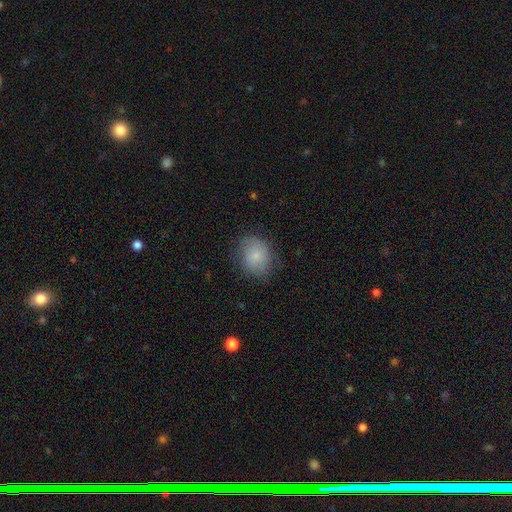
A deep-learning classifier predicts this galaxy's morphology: Smooth or featured? smooth (79%)
How rounded? round (53%)
Merging? none (73%)